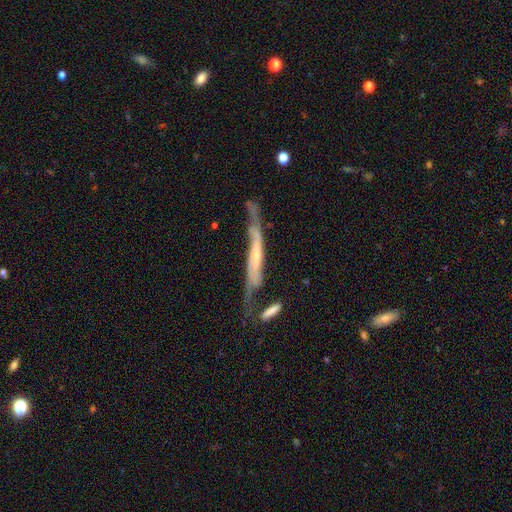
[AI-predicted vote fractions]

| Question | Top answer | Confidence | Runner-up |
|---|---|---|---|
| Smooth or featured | featured or disk | 72% | smooth (22%) |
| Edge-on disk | yes | 60% | no (40%) |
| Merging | none | 36% | minor disturbance (24%) |